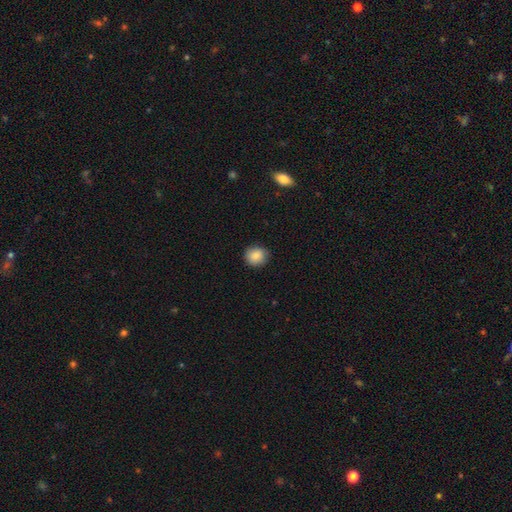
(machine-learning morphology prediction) A smooth galaxy with no disk features (86%) that is round (84%). Merging: none (88%).